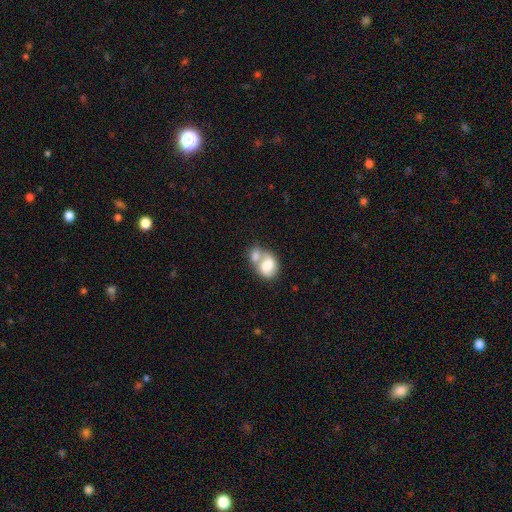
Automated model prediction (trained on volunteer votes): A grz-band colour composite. It shows a smooth galaxy with no disk features (72%) that is in between round and cigar-shaped (66%). Merging: merger (70%).